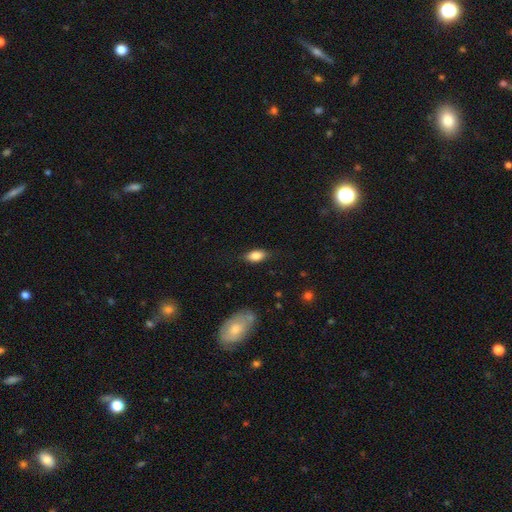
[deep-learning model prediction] Smooth or featured? Predicted: smooth (p=0.83). How rounded? Predicted: in between (p=0.87). Merging? Predicted: none (p=0.80).